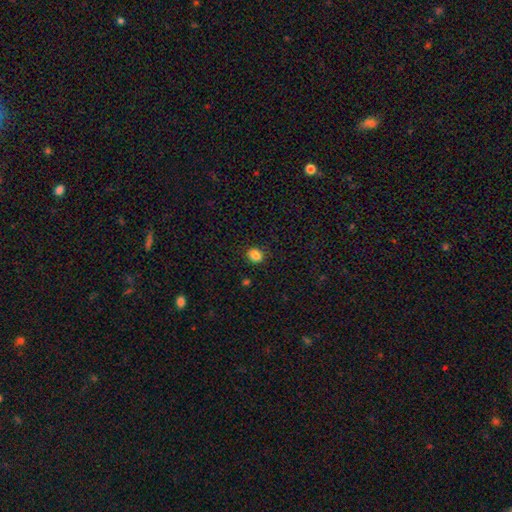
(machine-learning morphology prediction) smooth-or-featured: smooth: 85% | star or artifact: 11% | featured or disk: 4%
  how-rounded: round: 65% | in between: 34% | cigar-shaped: 1%
  merging: none: 88% | minor disturbance: 9% | major disturbance: 2% | merger: 1%